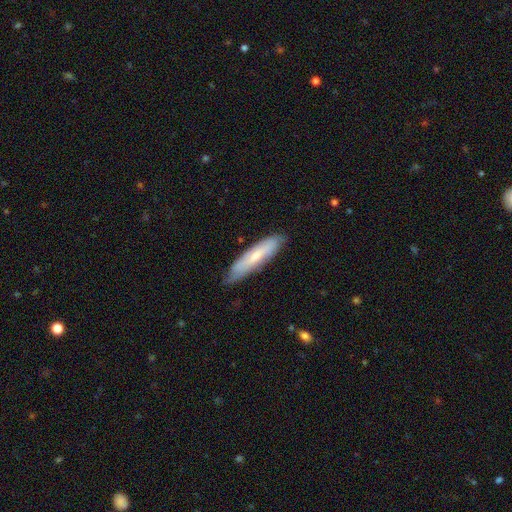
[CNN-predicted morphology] smooth-or-featured: smooth: 56% | featured or disk: 37% | star or artifact: 6%
  how-rounded: cigar-shaped: 76% | in between: 23% | round: 1%
  merging: none: 79% | minor disturbance: 17% | major disturbance: 3% | merger: 1%